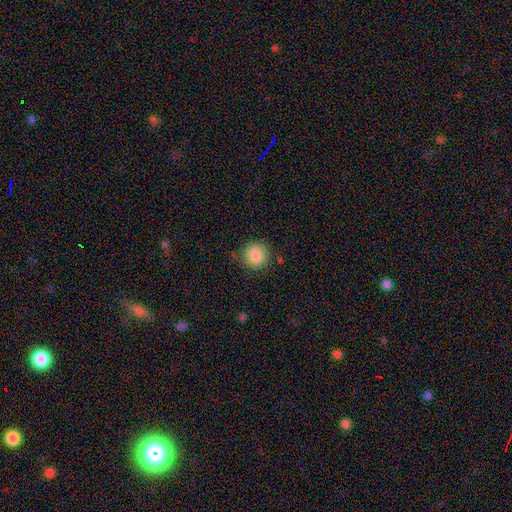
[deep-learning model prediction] This is clearly a smooth galaxy (87%). How rounded: clearly round (93%). Merging: clearly none (86%).